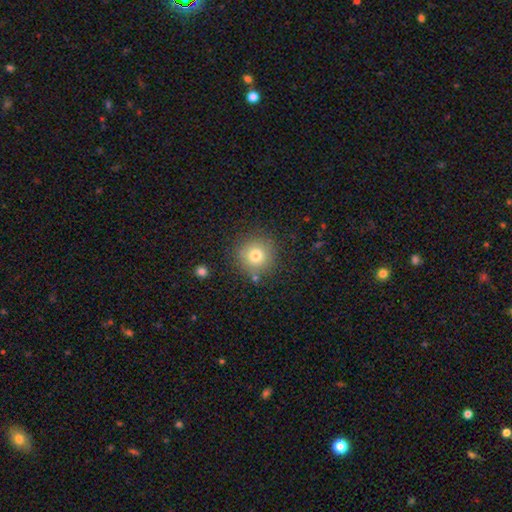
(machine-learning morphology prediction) Smooth or featured? Predicted: smooth (p=0.76). How rounded? Predicted: round (p=0.94). Merging? Predicted: none (p=0.84).